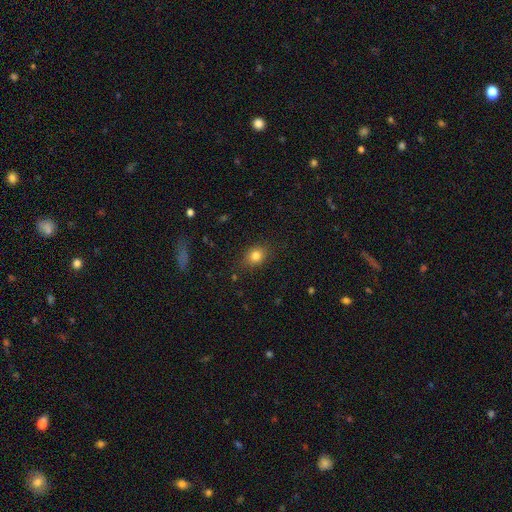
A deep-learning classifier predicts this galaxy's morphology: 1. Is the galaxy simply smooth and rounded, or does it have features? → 82% smooth, 11% star or artifact, 7% featured or disk.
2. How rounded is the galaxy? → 52% round, 46% in between, 1% cigar-shaped.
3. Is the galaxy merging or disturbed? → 83% none, 12% minor disturbance, 4% major disturbance, 1% merger.